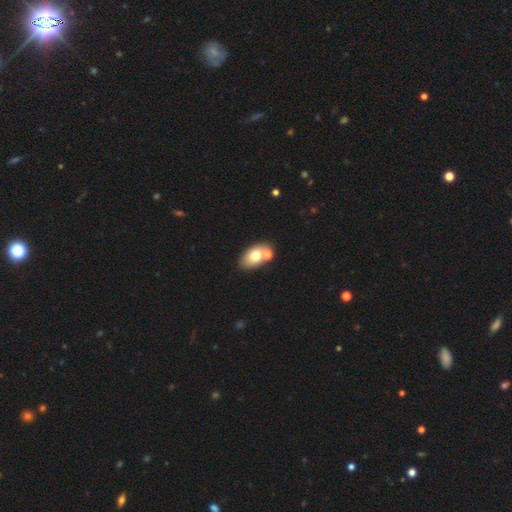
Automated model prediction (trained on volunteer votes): smooth_or_featured: smooth (p=0.71) [alt: featured or disk p=0.21]
how_rounded: in between (p=0.88) [alt: round p=0.10]
merging: none (p=0.55) [alt: merger p=0.31]